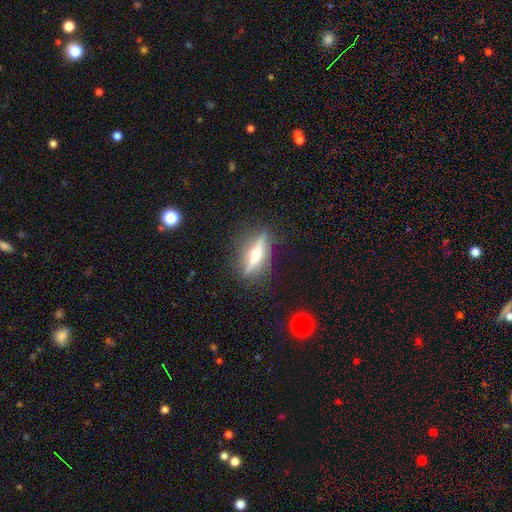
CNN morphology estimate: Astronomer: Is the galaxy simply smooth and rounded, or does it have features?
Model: featured or disk — 72%.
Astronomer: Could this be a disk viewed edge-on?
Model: yes — 94%.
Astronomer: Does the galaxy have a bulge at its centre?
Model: rounded — 93%.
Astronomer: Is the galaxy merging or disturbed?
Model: none — 86%.